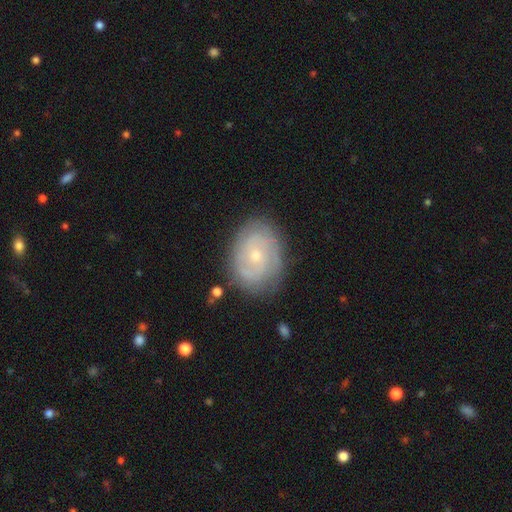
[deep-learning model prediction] featured or disk 74%, smooth 19%, star or artifact 7%. Down the decision tree: edge-on disk — no (97%); bar — no (72%); spiral arms — yes (90%); spiral arm count — 2 (42%); spiral winding — tight (64%); bulge size — small (62%); merging — none (80%).